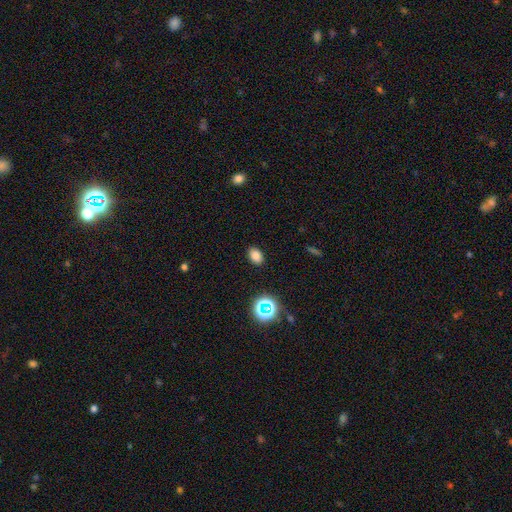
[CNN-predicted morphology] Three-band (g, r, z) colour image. It shows a smooth galaxy with no disk features (80%) that is in between round and cigar-shaped (79%). Merging: none (88%).